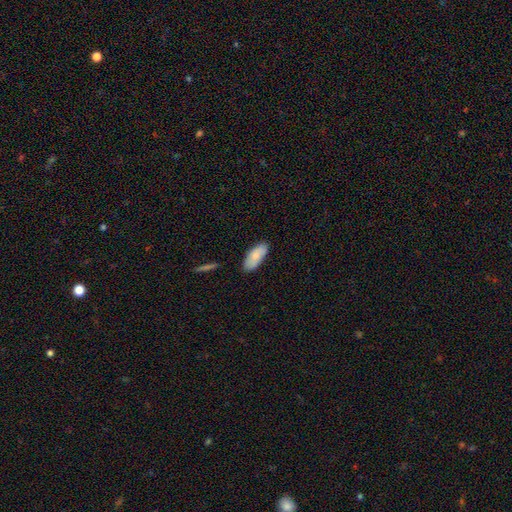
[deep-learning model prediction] Smooth or featured?
  - smooth: 81% *
  - featured or disk: 13%
  - star or artifact: 6%
How rounded?
  - in between: 84% *
  - cigar-shaped: 14%
  - round: 2%
Merging?
  - none: 83% *
  - minor disturbance: 13%
  - major disturbance: 2%
  - merger: 2%